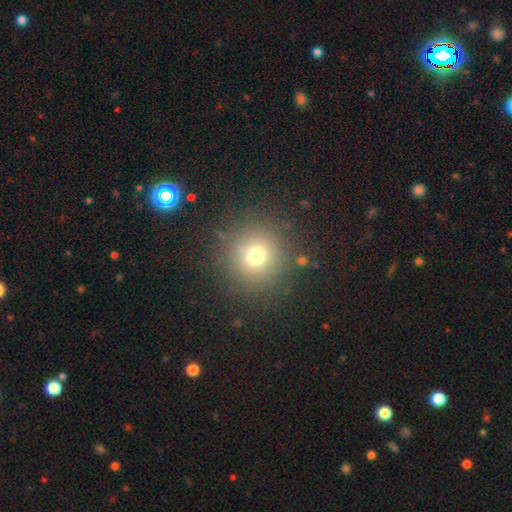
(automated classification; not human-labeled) Morphology: type=smooth (70%); roundness=round (93%); merging=none (86%).